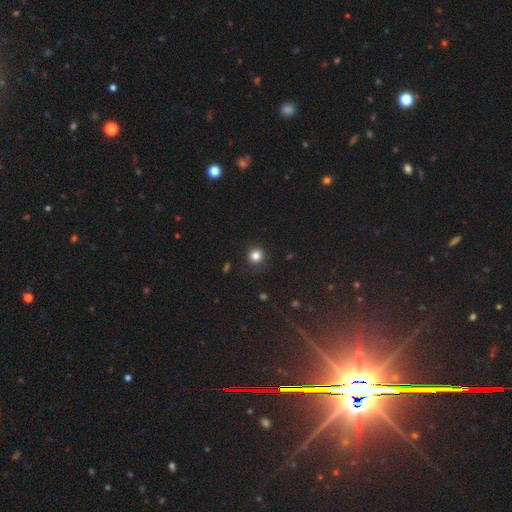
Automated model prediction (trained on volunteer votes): This is clearly a smooth galaxy (83%). How rounded: clearly round (94%). Merging: clearly none (90%).